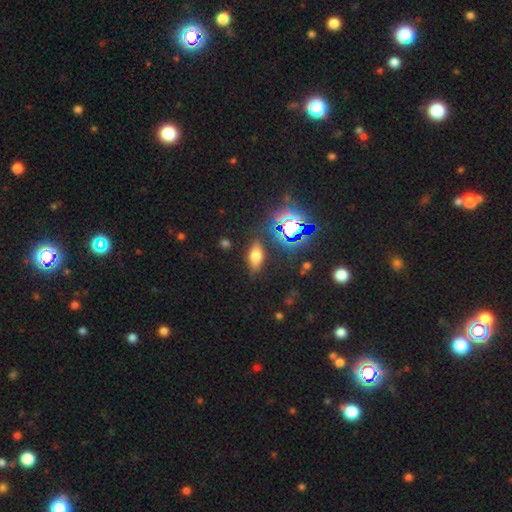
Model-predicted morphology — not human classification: A smooth galaxy with no disk features (62%) that is in between round and cigar-shaped (79%). Merging: none (84%).